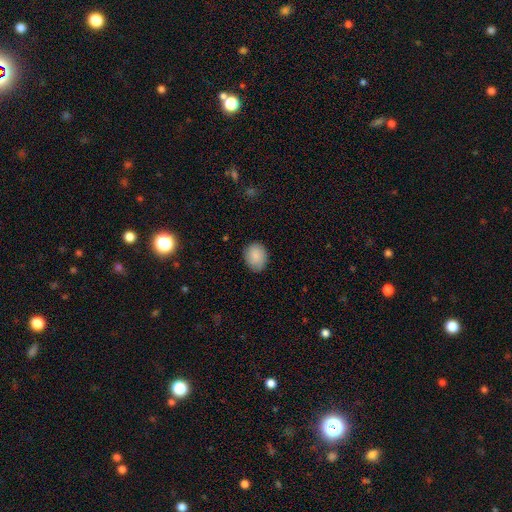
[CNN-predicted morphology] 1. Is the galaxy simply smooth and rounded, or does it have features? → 88% smooth, 7% star or artifact, 5% featured or disk.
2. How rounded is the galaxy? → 52% round, 47% in between, 1% cigar-shaped.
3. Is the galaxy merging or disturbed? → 84% none, 13% minor disturbance, 2% major disturbance, 1% merger.